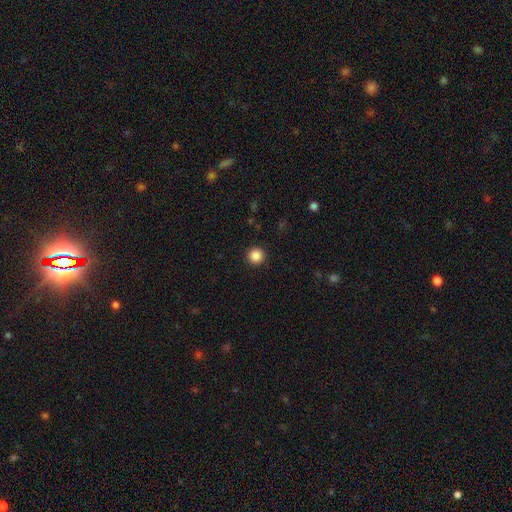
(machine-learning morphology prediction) A smooth galaxy with no disk features (87%) that is round (96%). Merging: none (93%).